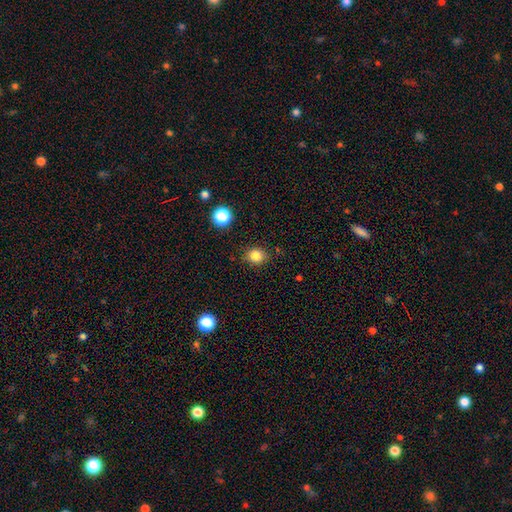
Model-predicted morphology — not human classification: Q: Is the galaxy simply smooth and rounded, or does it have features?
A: smooth — 83%.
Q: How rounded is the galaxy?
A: round — 68%.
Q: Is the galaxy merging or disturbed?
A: none — 85%.